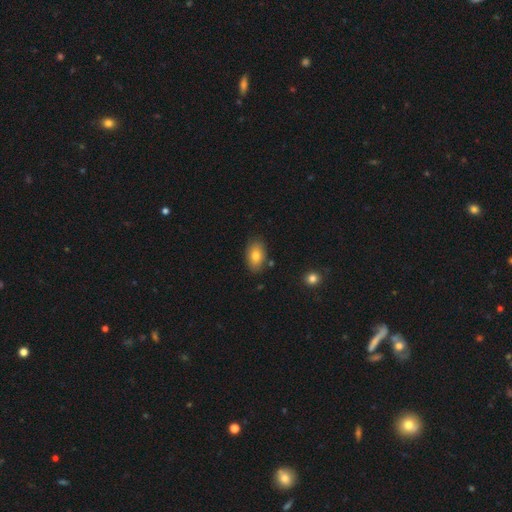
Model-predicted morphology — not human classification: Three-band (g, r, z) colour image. It shows a smooth galaxy with no disk features (78%) that is in between round and cigar-shaped (88%). Merging: none (82%).